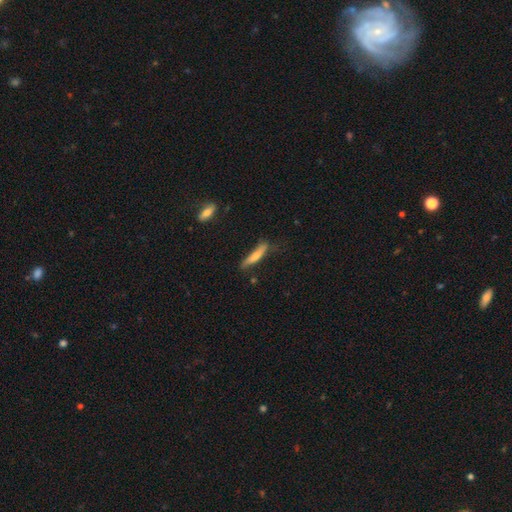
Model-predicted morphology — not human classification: Overall: smooth (67%; featured or disk 27%). How rounded: cigar-shaped (87%). Merging: none (63%; minor disturbance 27%).